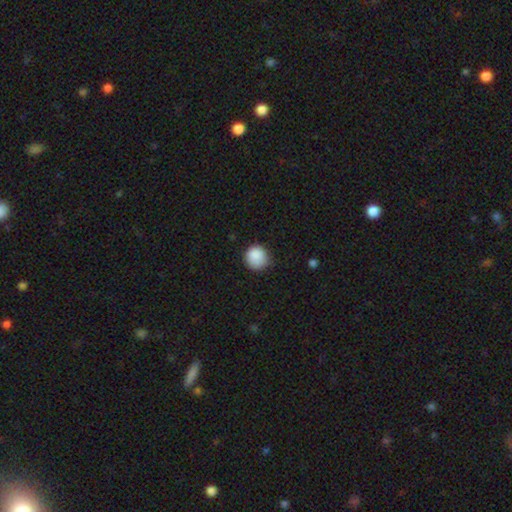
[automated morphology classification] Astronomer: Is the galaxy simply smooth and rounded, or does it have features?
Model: smooth — 87%.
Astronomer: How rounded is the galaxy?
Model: round — 91%.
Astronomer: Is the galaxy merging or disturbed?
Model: none — 71%.